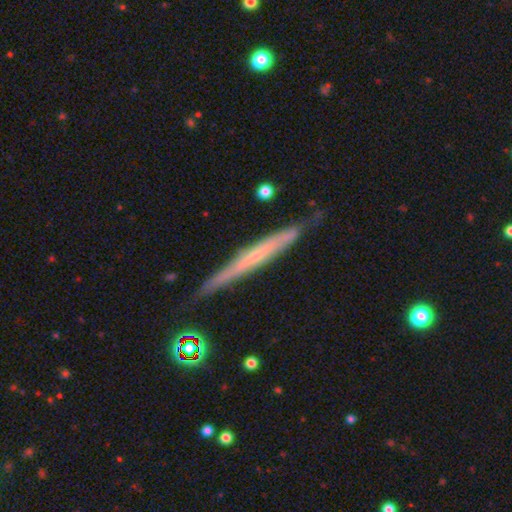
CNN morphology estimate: Q: Smooth or featured?
A: featured or disk (61%); runner-up: smooth (33%)
Q: Edge-on disk?
A: yes (92%); runner-up: no (8%)
Q: Edge-on bulge?
A: none (65%); runner-up: rounded (29%)
Q: Merging?
A: none (74%); runner-up: minor disturbance (19%)